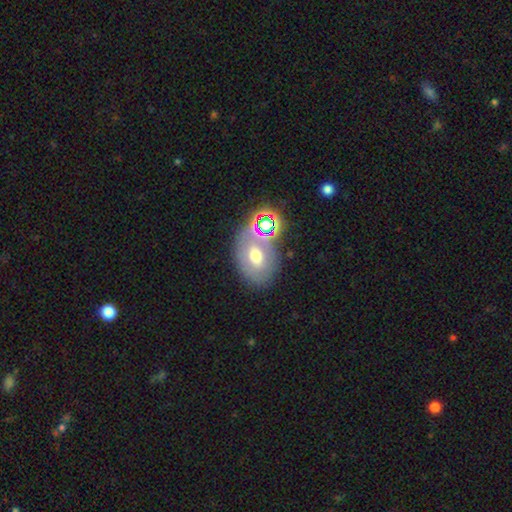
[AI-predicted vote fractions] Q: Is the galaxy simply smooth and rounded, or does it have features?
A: smooth — 49%.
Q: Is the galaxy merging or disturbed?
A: none — 66%.